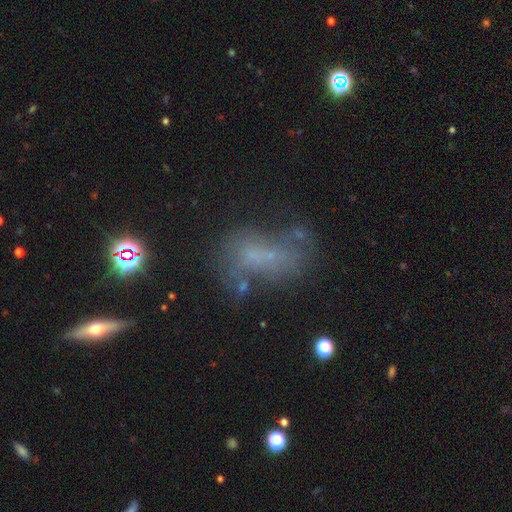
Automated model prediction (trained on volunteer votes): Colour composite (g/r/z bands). It shows a smooth galaxy with no disk features (45%). Merging: none (42%).